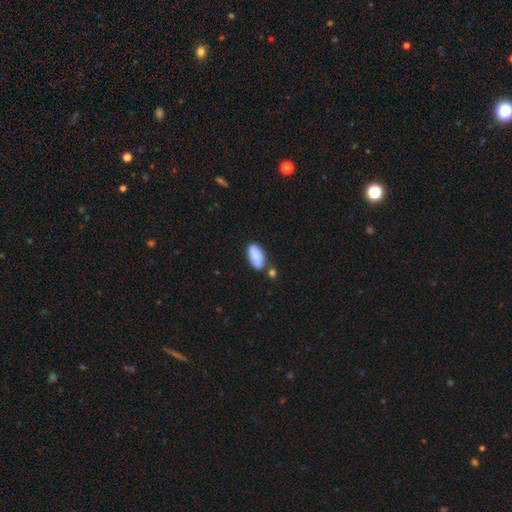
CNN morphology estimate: Smooth or featured?
  - smooth: 85% *
  - featured or disk: 9%
  - star or artifact: 7%
How rounded?
  - in between: 94% *
  - cigar-shaped: 4%
  - round: 3%
Merging?
  - none: 57% *
  - minor disturbance: 20%
  - merger: 18%
  - major disturbance: 5%